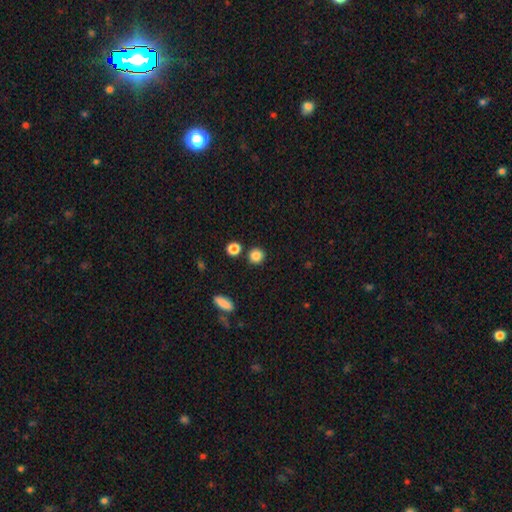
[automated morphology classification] Smooth or featured? smooth (85%)
How rounded? round (90%)
Merging? none (85%)